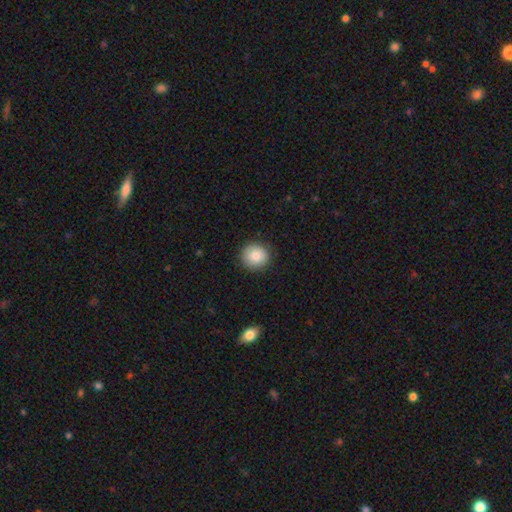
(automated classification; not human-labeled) Overall: smooth (84%). How rounded: round (91%). Merging: none (90%).